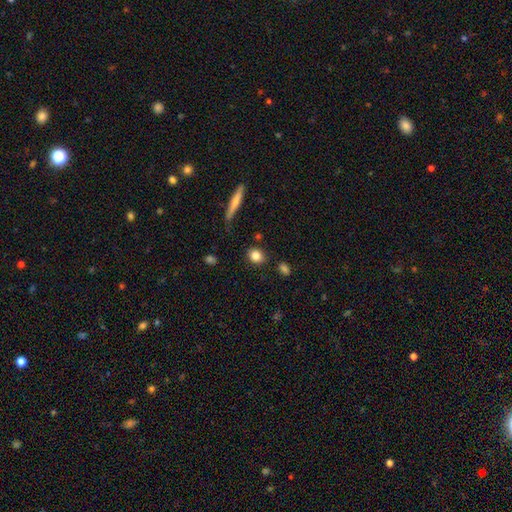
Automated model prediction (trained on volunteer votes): This is clearly a smooth galaxy (84%). How rounded: possibly round (56%). Merging: clearly none (85%).